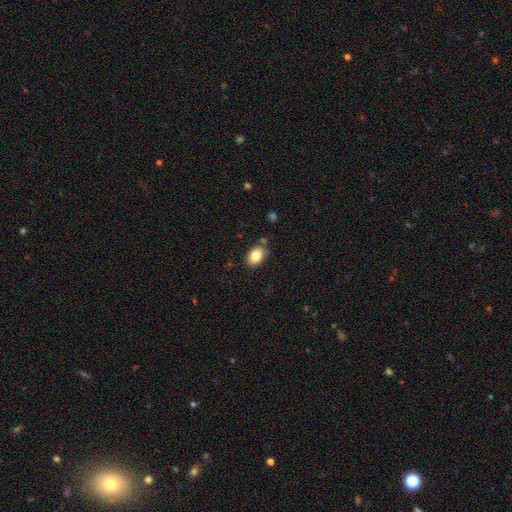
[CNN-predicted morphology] smooth-or-featured: smooth: 84% | star or artifact: 8% | featured or disk: 8%
  how-rounded: in between: 82% | round: 17% | cigar-shaped: 1%
  merging: none: 81% | minor disturbance: 13% | merger: 4% | major disturbance: 3%